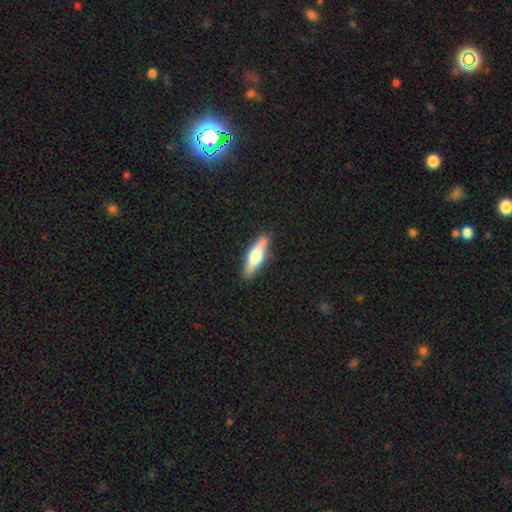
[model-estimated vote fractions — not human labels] Smooth or featured?
  - smooth: 53% *
  - featured or disk: 42%
  - star or artifact: 6%
How rounded?
  - cigar-shaped: 65% *
  - in between: 32%
  - round: 2%
Merging?
  - none: 83% *
  - minor disturbance: 12%
  - merger: 2%
  - major disturbance: 2%